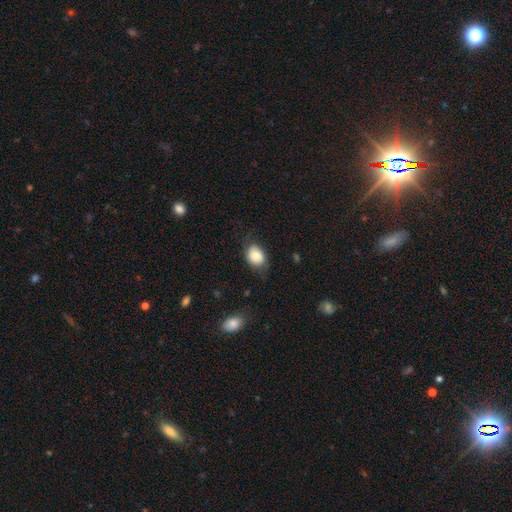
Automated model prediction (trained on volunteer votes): This appears to be a smooth galaxy with no disk features (75%) that is in between round and cigar-shaped (59%). Merging: none (67%).